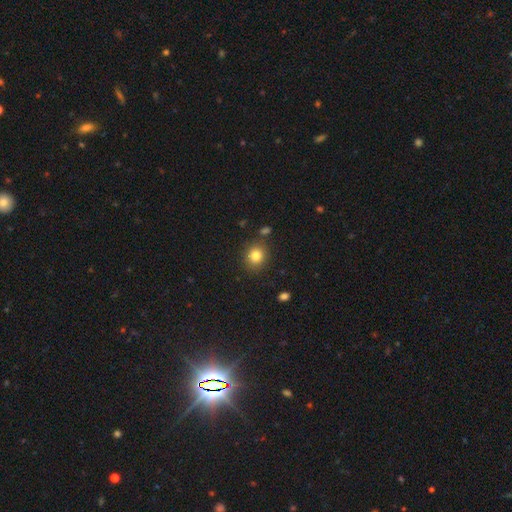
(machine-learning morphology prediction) smooth 82%, star or artifact 11%, featured or disk 7%. Down the decision tree: how rounded — round (80%); merging — none (85%).